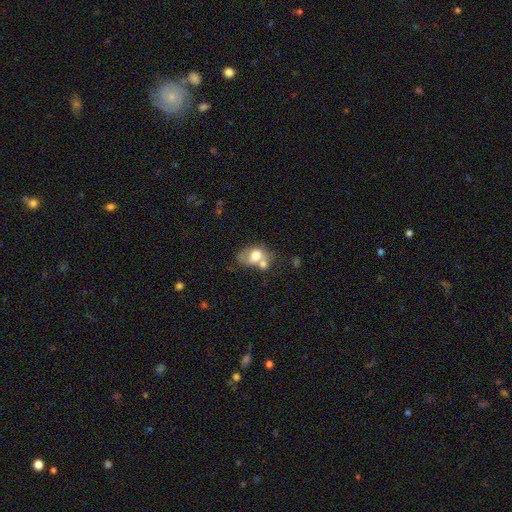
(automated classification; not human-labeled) Overall: smooth (62%; featured or disk 30%). How rounded: in between (77%). Merging: merger (48%; none 24%).